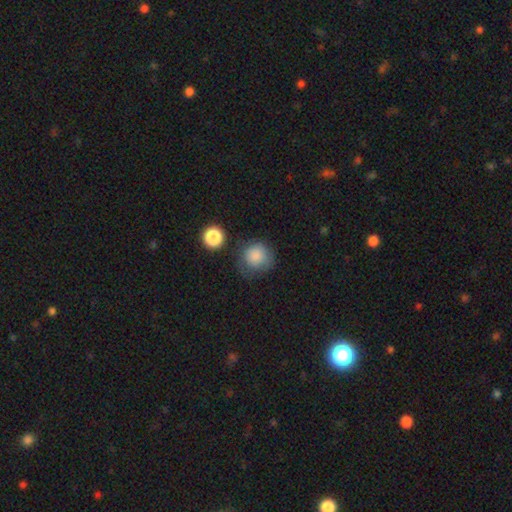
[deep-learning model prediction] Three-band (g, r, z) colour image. It shows a smooth galaxy with no disk features (84%) that is round (88%). Merging: none (62%).